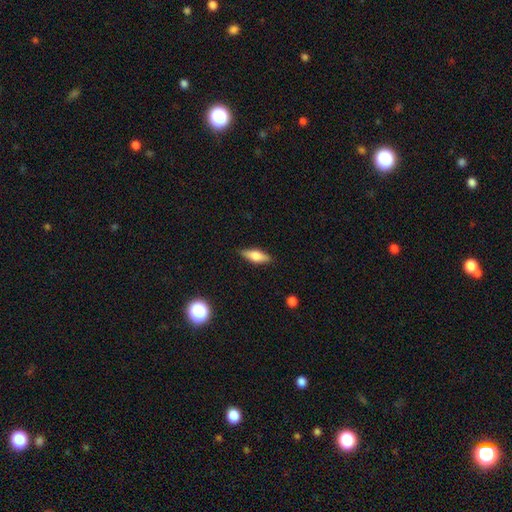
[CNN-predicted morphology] smooth-or-featured: smooth: 57% | featured or disk: 35% | star or artifact: 8%
  how-rounded: in between: 57% | cigar-shaped: 40% | round: 3%
  merging: none: 87% | minor disturbance: 10% | major disturbance: 2% | merger: 1%